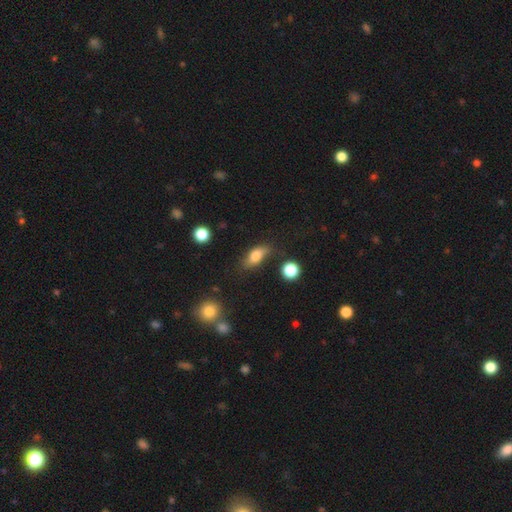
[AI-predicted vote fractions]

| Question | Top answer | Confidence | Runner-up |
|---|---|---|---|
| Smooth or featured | smooth | 71% | featured or disk (19%) |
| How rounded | in between | 76% | cigar-shaped (16%) |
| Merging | none | 65% | minor disturbance (23%) |